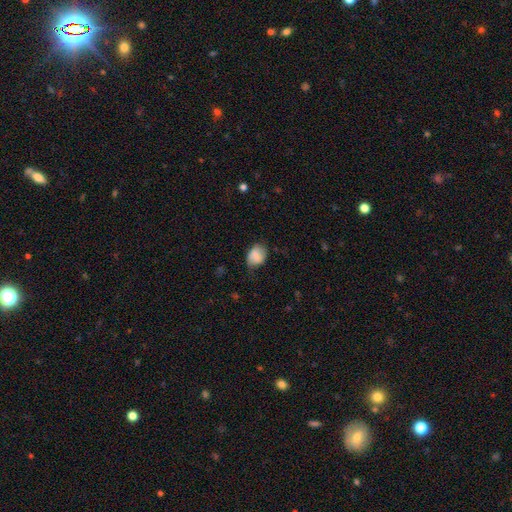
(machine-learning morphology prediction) Smooth or featured: smooth — 74% (featured or disk — 19%)
How rounded: in between — 66% (round — 32%)
Merging: none — 63% (minor disturbance — 28%)